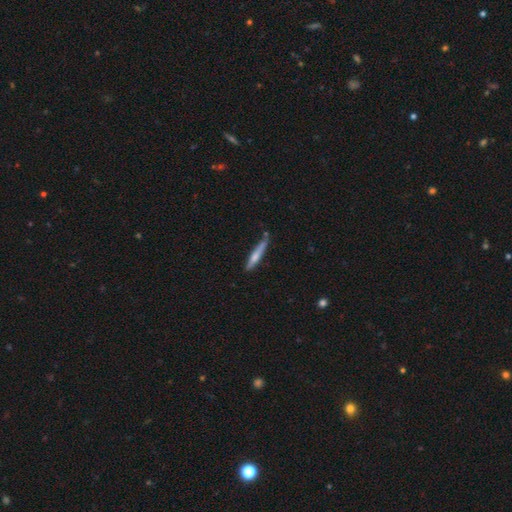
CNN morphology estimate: Overall: smooth (64%; featured or disk 31%). How rounded: cigar-shaped (93%). Merging: none (67%).